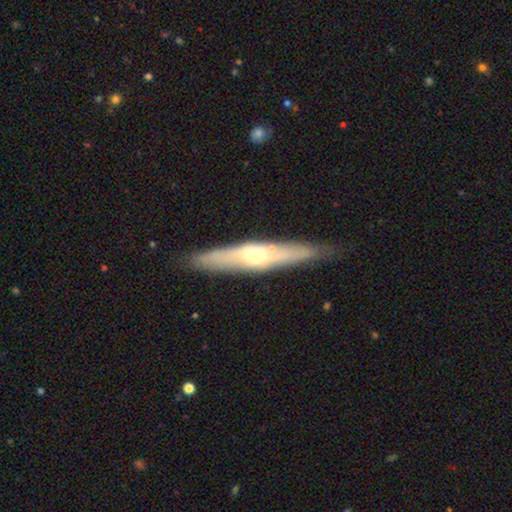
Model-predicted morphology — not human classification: Smooth or featured? Predicted: featured or disk (p=0.59). Edge-on disk? Predicted: yes (p=0.74). Merging? Predicted: none (p=0.81).